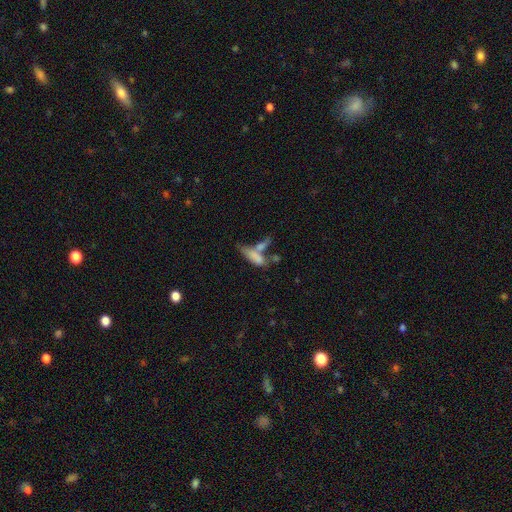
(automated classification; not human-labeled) Smooth or featured: smooth — 69% (featured or disk — 21%)
How rounded: in between — 62% (cigar-shaped — 34%)
Merging: merger — 50% (none — 23%)